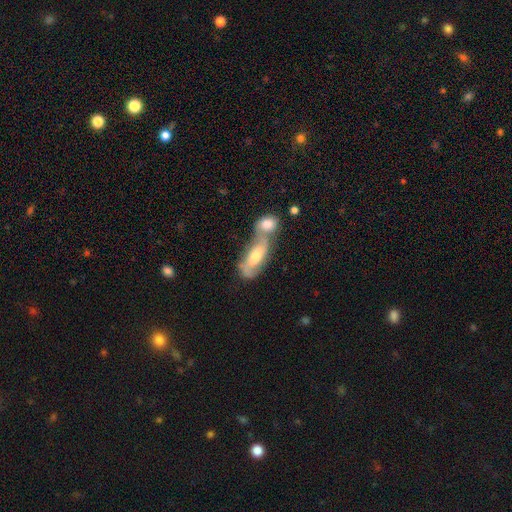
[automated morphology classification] Smooth or featured: featured or disk — 58% (smooth — 34%)
Edge-on disk: no — 81% (yes — 19%)
Merging: merger — 60% (none — 26%)